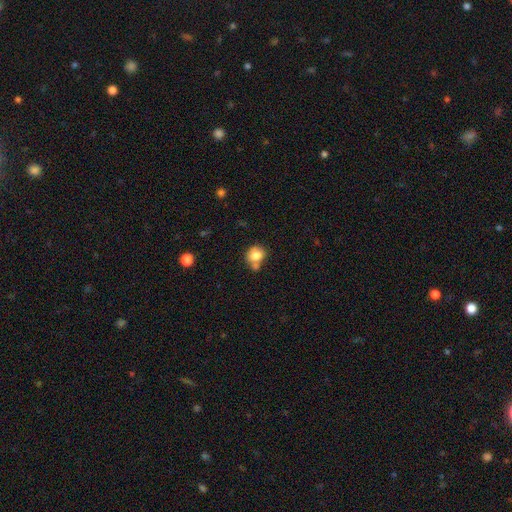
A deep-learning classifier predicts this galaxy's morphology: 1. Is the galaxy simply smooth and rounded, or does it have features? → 77% smooth, 13% featured or disk, 9% star or artifact.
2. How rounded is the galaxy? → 64% round, 35% in between, 1% cigar-shaped.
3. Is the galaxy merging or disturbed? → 45% none, 32% merger, 17% minor disturbance, 6% major disturbance.